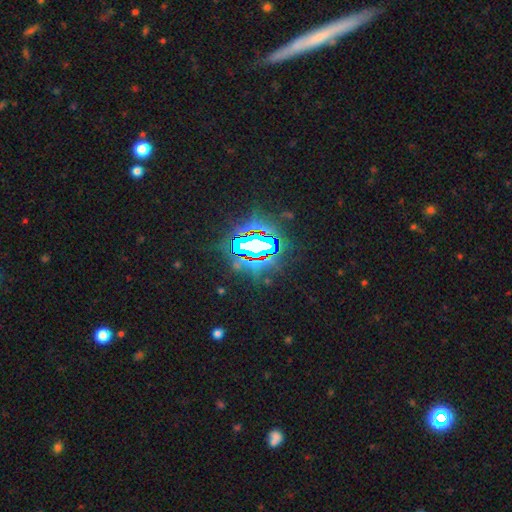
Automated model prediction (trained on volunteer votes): Q: Smooth or featured?
A: star or artifact (80%); runner-up: smooth (10%)